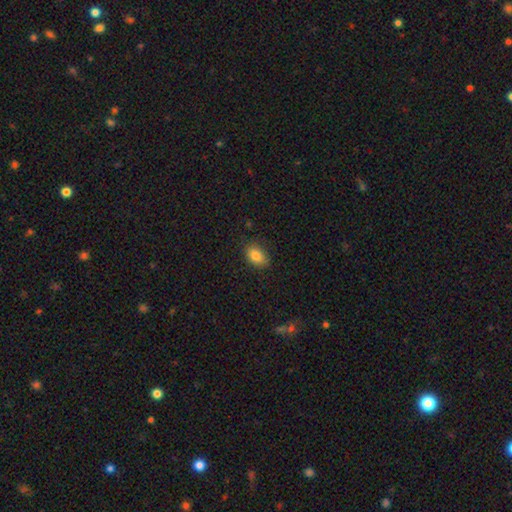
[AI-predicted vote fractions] This is clearly a smooth galaxy (84%). How rounded: clearly in between (83%). Merging: clearly none (83%).